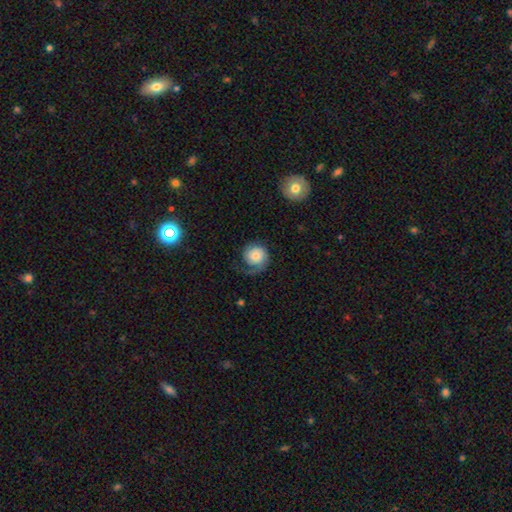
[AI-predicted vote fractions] A featured or disk galaxy (48%). Merging: none (50%).